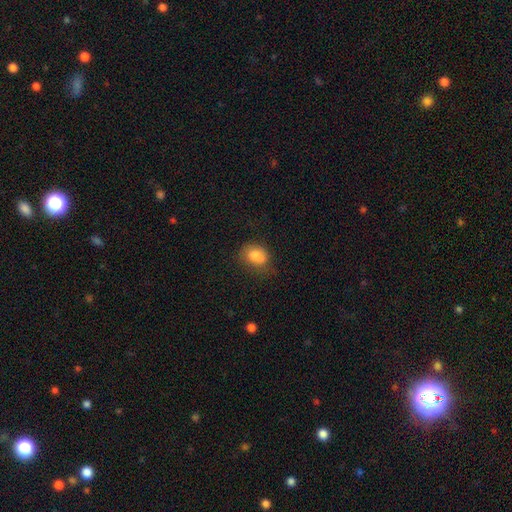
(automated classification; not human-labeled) Q: Smooth or featured?
A: smooth (79%); runner-up: featured or disk (11%)
Q: How rounded?
A: in between (57%); runner-up: round (41%)
Q: Merging?
A: none (56%); runner-up: minor disturbance (27%)